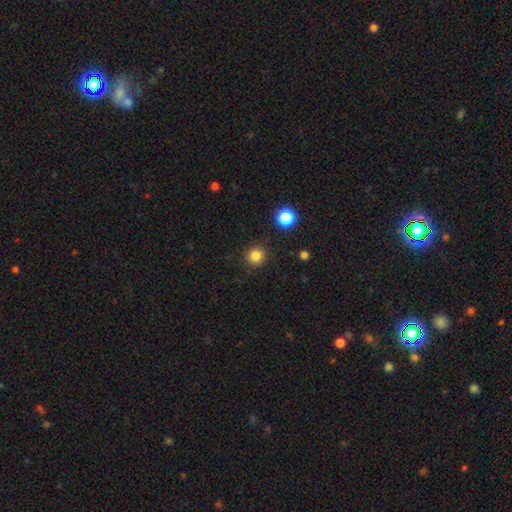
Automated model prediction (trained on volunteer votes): Overall: smooth (82%). How rounded: round (94%). Merging: none (90%).